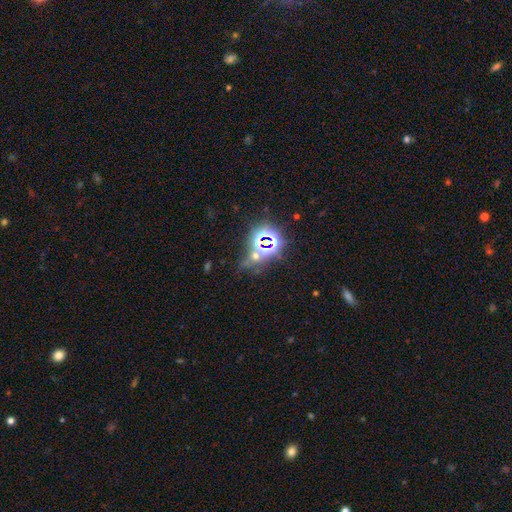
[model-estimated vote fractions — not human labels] smooth-or-featured: star or artifact: 64% | smooth: 26% | featured or disk: 10%